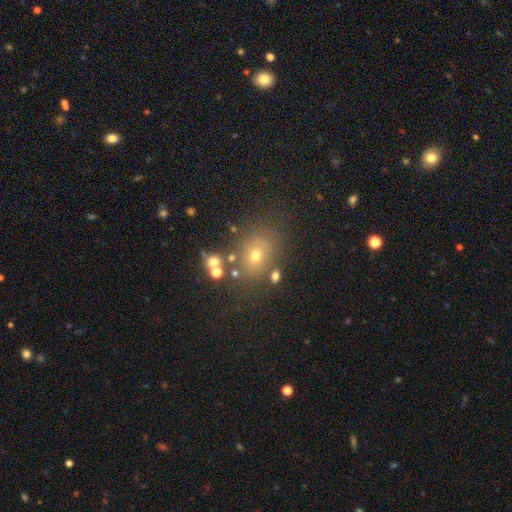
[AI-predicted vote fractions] Q: Smooth or featured?
A: smooth (61%); runner-up: star or artifact (21%)
Q: How rounded?
A: round (53%); runner-up: in between (46%)
Q: Merging?
A: none (67%); runner-up: minor disturbance (15%)